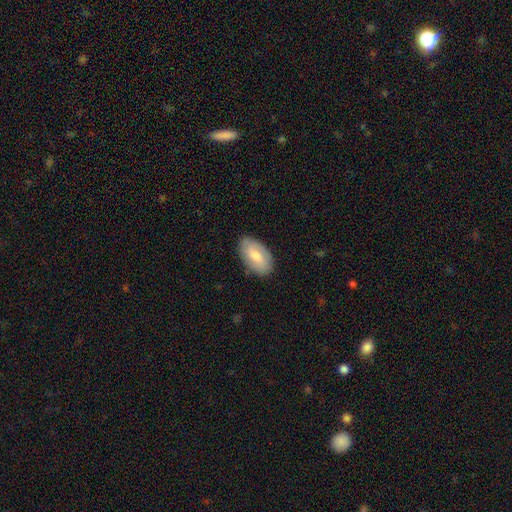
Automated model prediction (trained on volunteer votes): Overall: smooth (59%; featured or disk 33%). How rounded: in between (93%). Merging: none (86%).